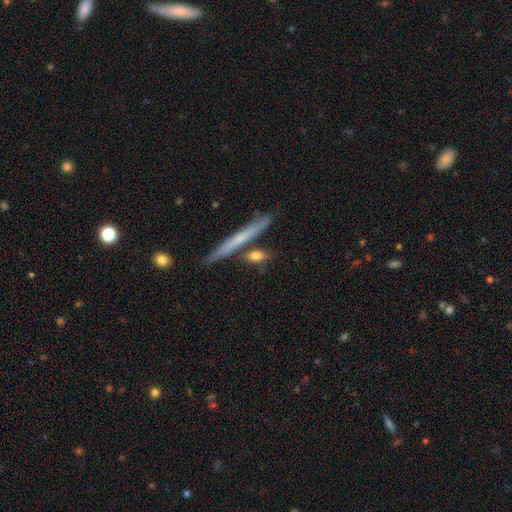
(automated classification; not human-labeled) smooth-or-featured: smooth: 67% | featured or disk: 26% | star or artifact: 7%
  how-rounded: cigar-shaped: 65% | in between: 27% | round: 9%
  merging: none: 67% | merger: 16% | minor disturbance: 13% | major disturbance: 4%